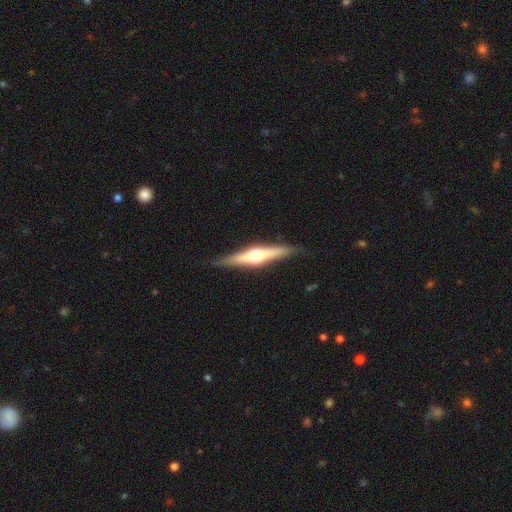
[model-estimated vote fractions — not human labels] Smooth or featured? Predicted: featured or disk (p=0.69). Edge-on disk? Predicted: yes (p=0.97). Edge-on bulge? Predicted: rounded (p=0.90). Merging? Predicted: none (p=0.88).